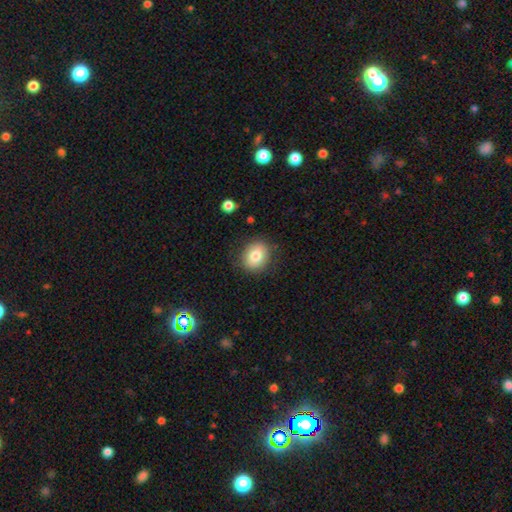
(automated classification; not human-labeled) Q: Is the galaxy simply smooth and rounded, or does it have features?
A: smooth — 80%.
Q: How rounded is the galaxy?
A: round — 56%.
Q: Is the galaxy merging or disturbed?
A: none — 84%.